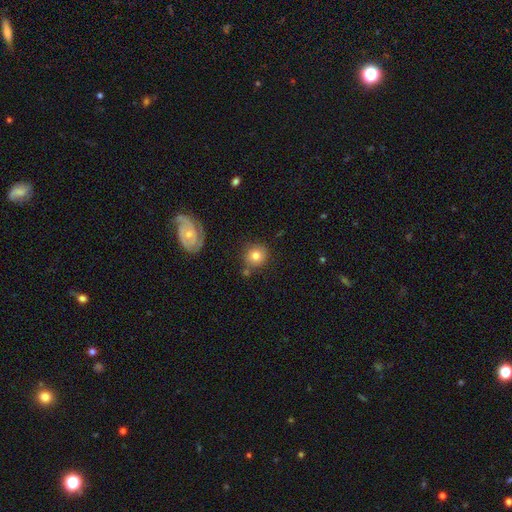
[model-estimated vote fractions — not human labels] Smooth or featured? smooth (74%)
How rounded? round (87%)
Merging? none (75%)